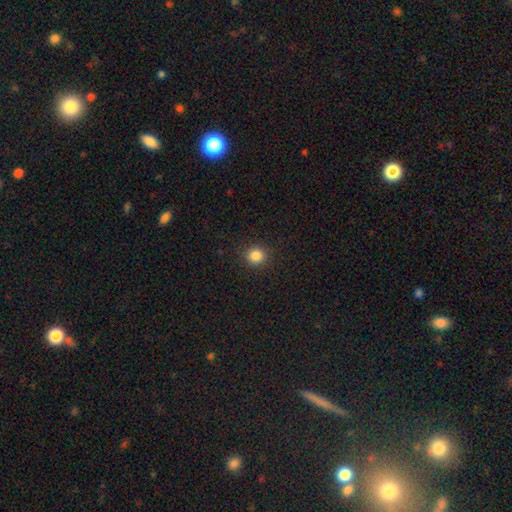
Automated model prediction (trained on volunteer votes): The model was most divided on "smooth or featured": smooth: 85%, star or artifact: 11%, featured or disk: 4%. More confident: merging — none (91%); how rounded — round (90%).